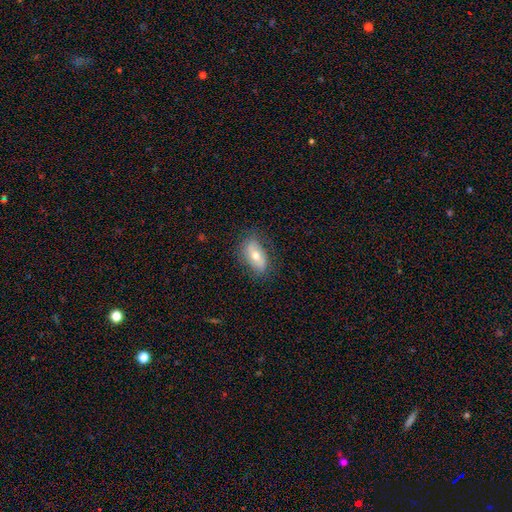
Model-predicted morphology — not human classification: smooth 54%, featured or disk 39%, star or artifact 7%. Down the decision tree: how rounded — in between (88%); merging — none (79%).